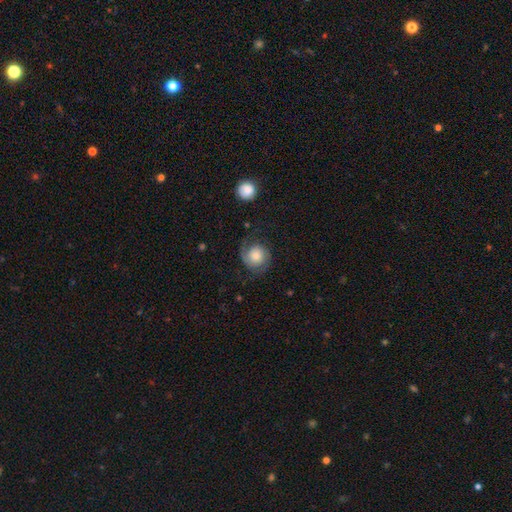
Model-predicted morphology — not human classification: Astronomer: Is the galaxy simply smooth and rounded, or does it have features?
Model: featured or disk — 62%.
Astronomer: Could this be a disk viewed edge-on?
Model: no — 98%.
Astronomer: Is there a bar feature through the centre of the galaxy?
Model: no — 76%.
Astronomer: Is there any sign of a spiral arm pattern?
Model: yes — 94%.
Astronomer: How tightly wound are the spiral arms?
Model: medium — 40% (runner-up: tight, 37%).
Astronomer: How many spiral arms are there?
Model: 2 — 71%.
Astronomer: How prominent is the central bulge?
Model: moderate — 42% (runner-up: large, 24%).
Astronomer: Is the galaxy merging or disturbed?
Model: none — 65%.